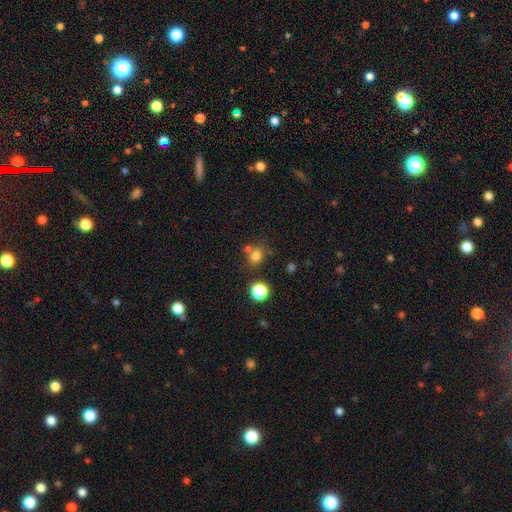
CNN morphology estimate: smooth-or-featured: smooth: 75% | star or artifact: 17% | featured or disk: 7%
  how-rounded: round: 57% | in between: 42% | cigar-shaped: 1%
  merging: none: 61% | merger: 21% | minor disturbance: 13% | major disturbance: 5%